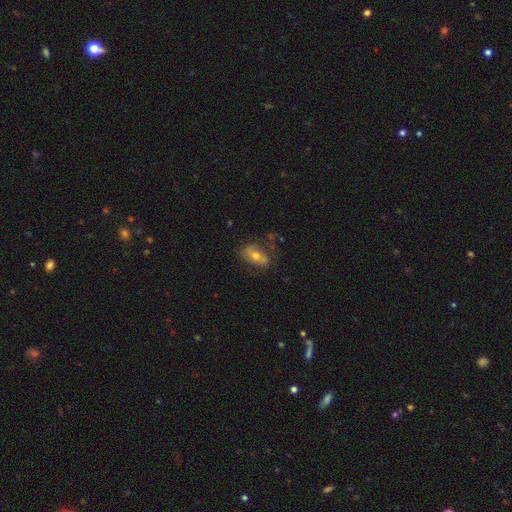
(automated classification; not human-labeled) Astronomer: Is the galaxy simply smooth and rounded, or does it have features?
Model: smooth — 45%, tied with featured or disk at 45%.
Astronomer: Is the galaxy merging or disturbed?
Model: none — 65%.